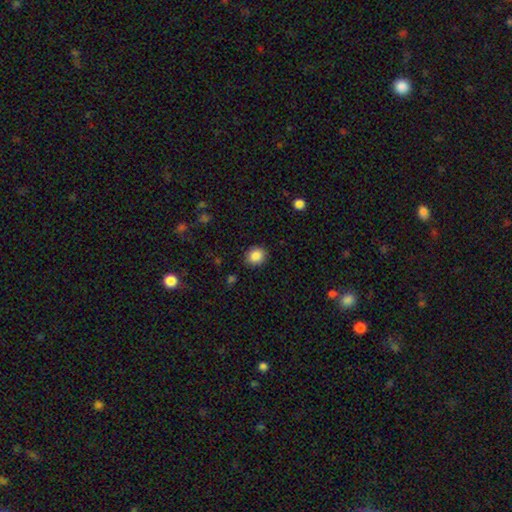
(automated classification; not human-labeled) Smooth or featured? smooth (86%)
How rounded? round (74%)
Merging? none (88%)